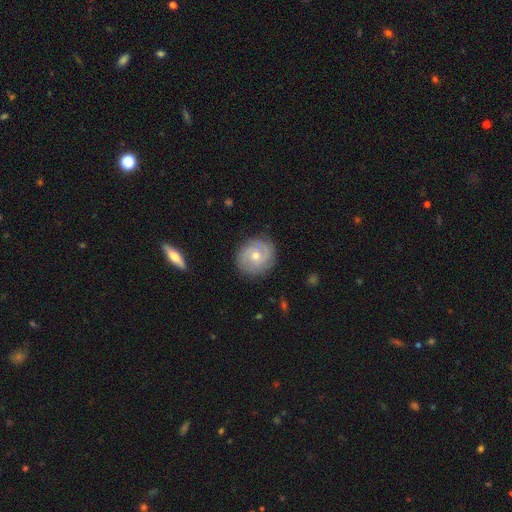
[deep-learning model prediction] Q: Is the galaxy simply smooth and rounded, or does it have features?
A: featured or disk — 72%.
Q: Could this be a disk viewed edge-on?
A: no — 96%.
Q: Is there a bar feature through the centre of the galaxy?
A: no — 72%.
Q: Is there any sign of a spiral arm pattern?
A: yes — 90%.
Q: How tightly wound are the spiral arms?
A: tight — 62%.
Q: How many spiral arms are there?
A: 2 — 29%, tied with can't tell.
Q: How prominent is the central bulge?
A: moderate — 51%.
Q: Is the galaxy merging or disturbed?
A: none — 83%.